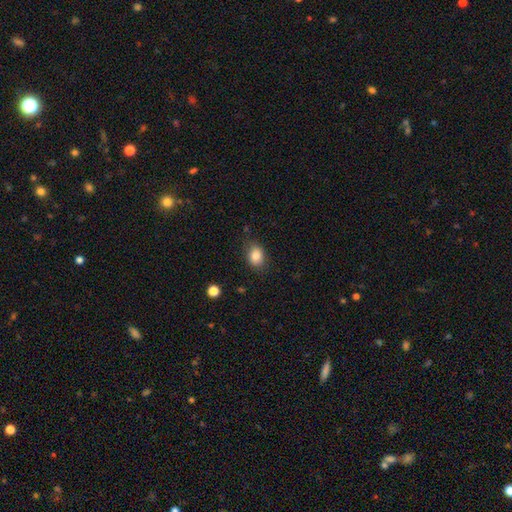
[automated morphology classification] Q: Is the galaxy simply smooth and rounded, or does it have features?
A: smooth — 85%.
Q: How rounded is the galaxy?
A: in between — 65%.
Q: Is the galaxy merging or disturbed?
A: none — 80%.